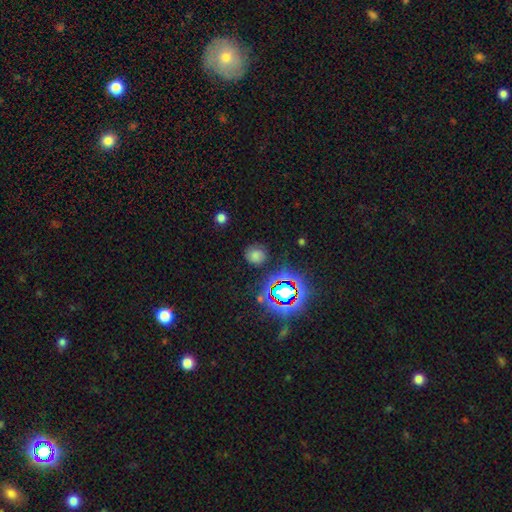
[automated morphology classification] type=smooth (66%); roundness=round (80%); merging=none (78%).